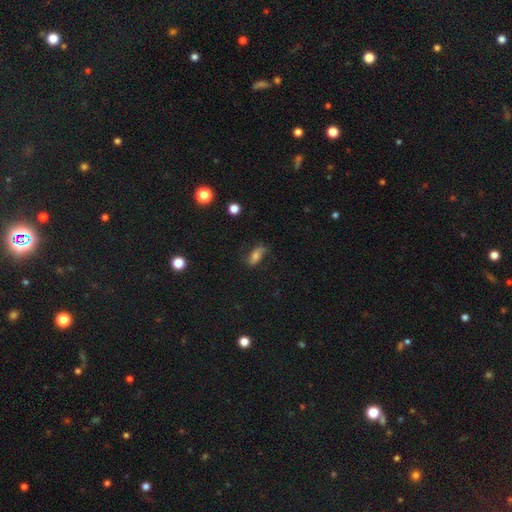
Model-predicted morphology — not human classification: The model was most divided on "smooth or featured": smooth: 47%, featured or disk: 40%, star or artifact: 12%. More confident: merging — none (64%).